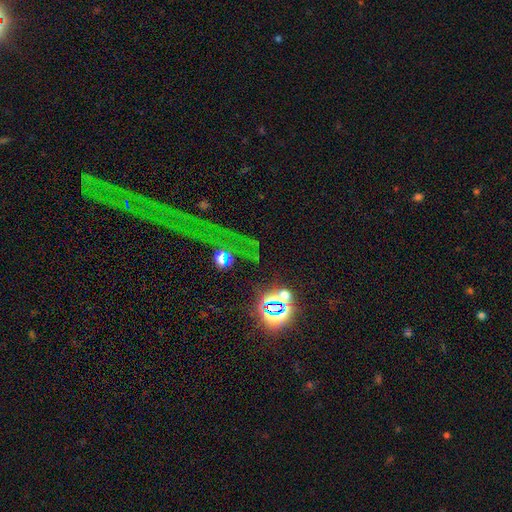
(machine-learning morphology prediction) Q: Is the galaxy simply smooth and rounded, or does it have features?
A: star or artifact — 75%.